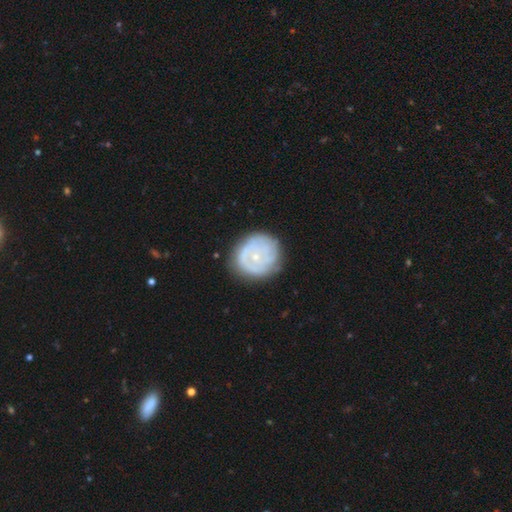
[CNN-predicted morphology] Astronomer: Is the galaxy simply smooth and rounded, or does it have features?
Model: featured or disk — 56% (runner-up: smooth, 38%).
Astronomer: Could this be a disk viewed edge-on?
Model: no — 97%.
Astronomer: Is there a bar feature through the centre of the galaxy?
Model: no — 85%.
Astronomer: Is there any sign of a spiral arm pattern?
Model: yes — 55% (runner-up: no, 45%).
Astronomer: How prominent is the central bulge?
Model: small — 72%.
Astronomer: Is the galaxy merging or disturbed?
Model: none — 73%.